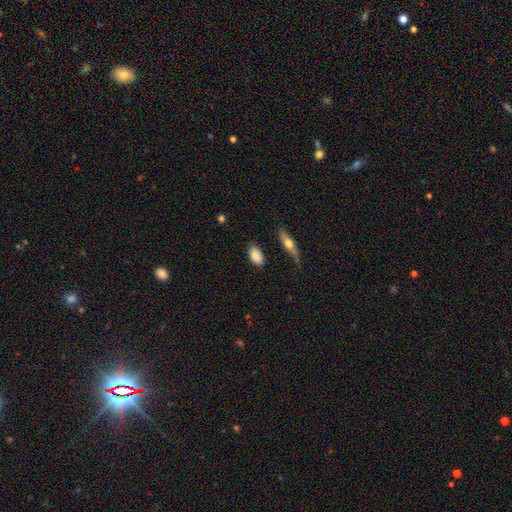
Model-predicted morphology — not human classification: type=smooth (87%); roundness=in between (91%); merging=none (83%).